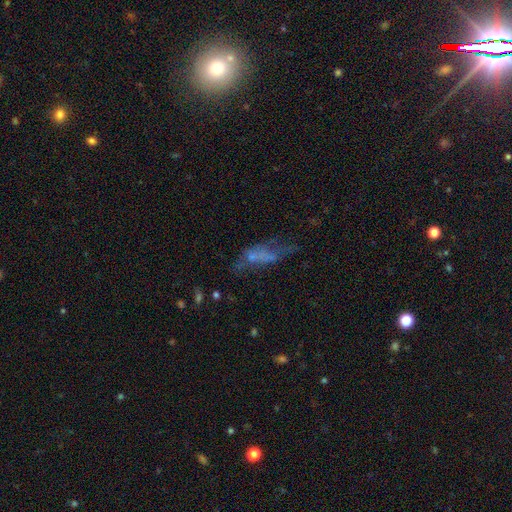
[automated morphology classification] This appears to be a featured or disk galaxy (41%). Merging: major disturbance (36%).